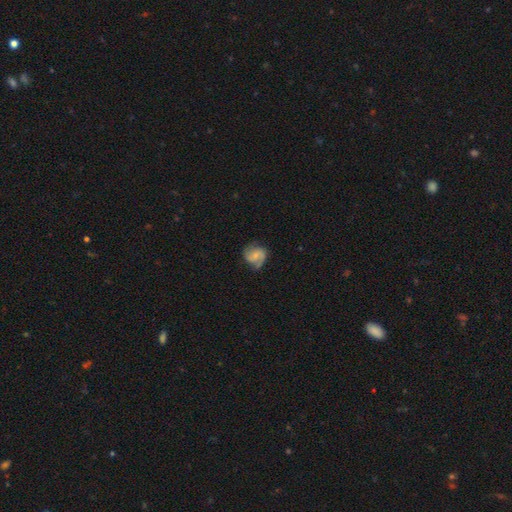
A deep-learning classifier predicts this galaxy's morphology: This is likely a featured or disk galaxy (65%). It is clearly not viewed edge-on (98%). Bar: possibly no (59%). Spiral arm pattern: clearly yes (92%). Spiral arm count: clearly 2 (81%). Spiral winding: possibly medium (47%). Central bulge: likely small (61%). Merging: likely none (67%).